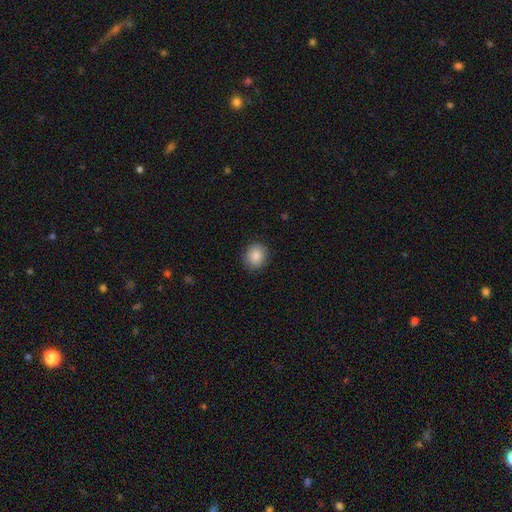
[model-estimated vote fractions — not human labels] A smooth galaxy with no disk features (87%) that is round (78%).

Vote fractions:
- Smooth or featured? smooth: 87% / star or artifact: 8% / featured or disk: 5%
- How rounded? round: 78% / in between: 21% / cigar-shaped: 1%
- Merging? none: 89% / minor disturbance: 8% / major disturbance: 2% / merger: 1%